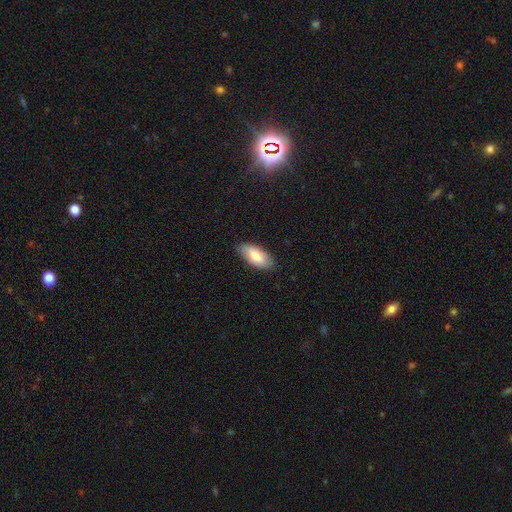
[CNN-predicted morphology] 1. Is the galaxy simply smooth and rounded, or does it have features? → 77% smooth, 17% featured or disk, 6% star or artifact.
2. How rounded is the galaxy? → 90% in between, 8% cigar-shaped, 2% round.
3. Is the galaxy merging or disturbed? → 84% none, 13% minor disturbance, 2% major disturbance, 1% merger.